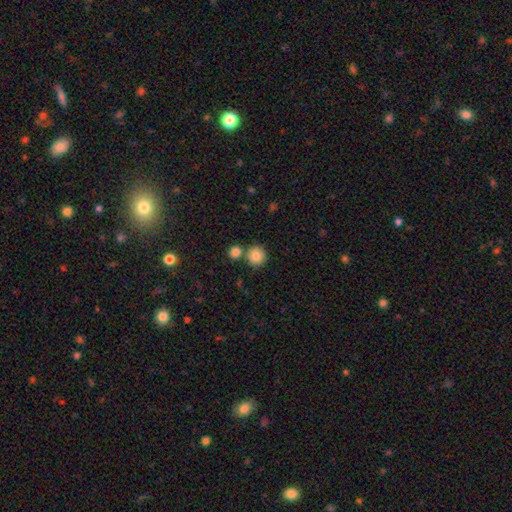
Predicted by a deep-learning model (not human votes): This appears to be a smooth galaxy with no disk features (85%) that is round (92%). Merging: none (72%).